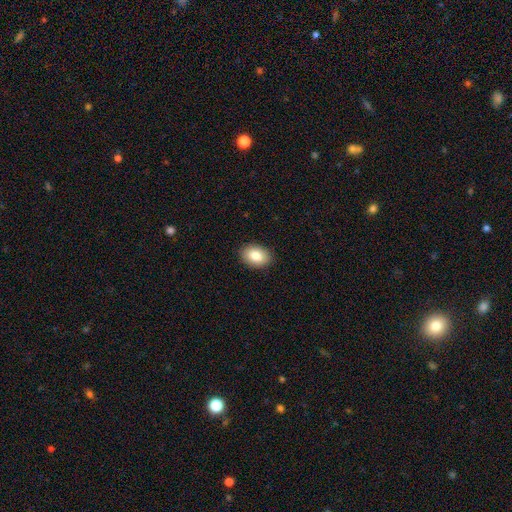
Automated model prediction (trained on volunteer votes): smooth_or_featured: smooth (p=0.85) [alt: featured or disk p=0.07]
how_rounded: in between (p=0.84) [alt: round p=0.15]
merging: none (p=0.90) [alt: minor disturbance p=0.08]